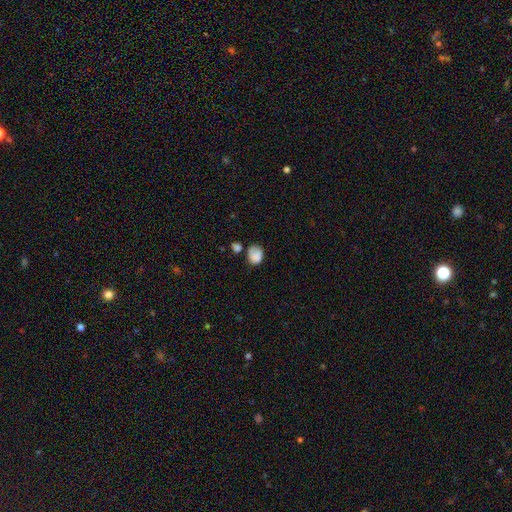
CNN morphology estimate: type=smooth (82%); roundness=in between (53%); merging=none (47%).